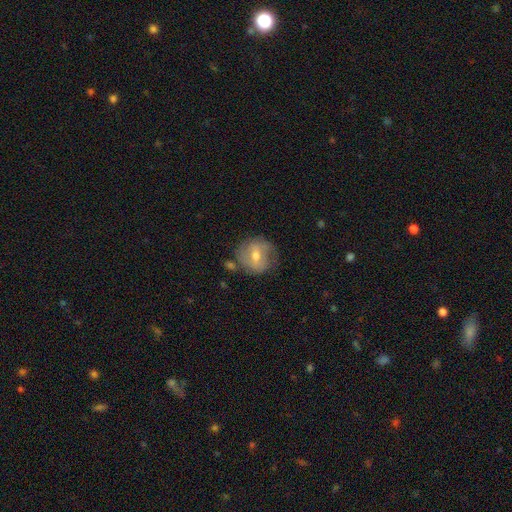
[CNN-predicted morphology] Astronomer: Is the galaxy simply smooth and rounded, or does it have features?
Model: featured or disk — 52% (runner-up: smooth, 41%).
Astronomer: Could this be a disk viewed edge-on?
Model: no — 95%.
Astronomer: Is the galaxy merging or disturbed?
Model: none — 65%.